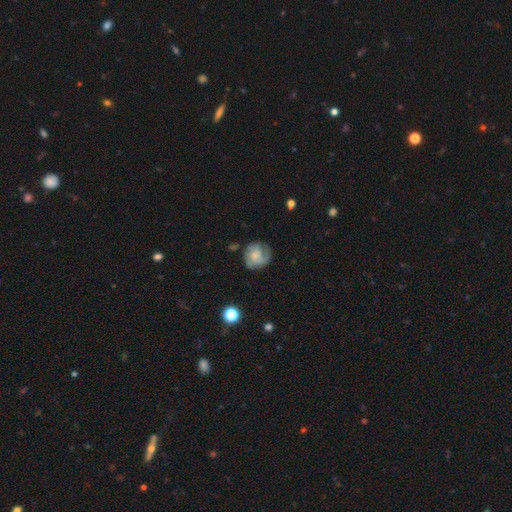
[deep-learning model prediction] smooth_or_featured: featured or disk (p=0.65) [alt: smooth p=0.28]
disk_edge_on: no (p=0.98) [alt: yes p=0.02]
bar: no (p=0.74) [alt: weak p=0.23]
has_spiral_arms: yes (p=0.89) [alt: no p=0.11]
spiral_winding: tight (p=0.54) [alt: medium p=0.34]
spiral_arm_count: 2 (p=0.33) [alt: can't tell p=0.28]
bulge_size: small (p=0.50) [alt: moderate p=0.30]
merging: none (p=0.64) [alt: minor disturbance p=0.22]